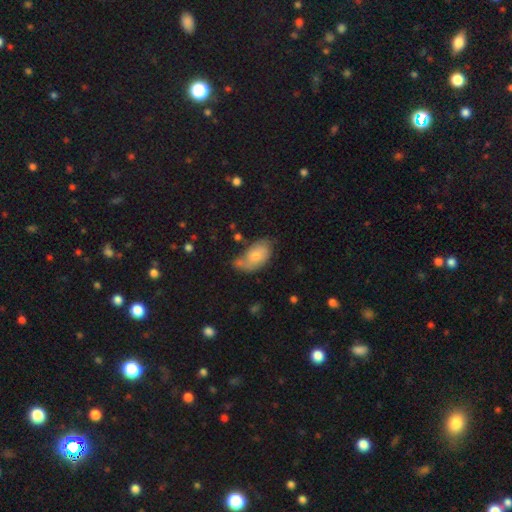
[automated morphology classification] Smooth or featured? smooth (67%)
How rounded? in between (91%)
Merging? none (48%)